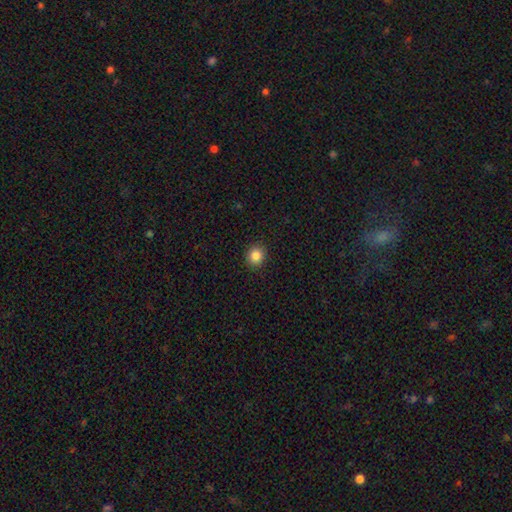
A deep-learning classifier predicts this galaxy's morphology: type=smooth (85%); roundness=round (83%); merging=none (91%).